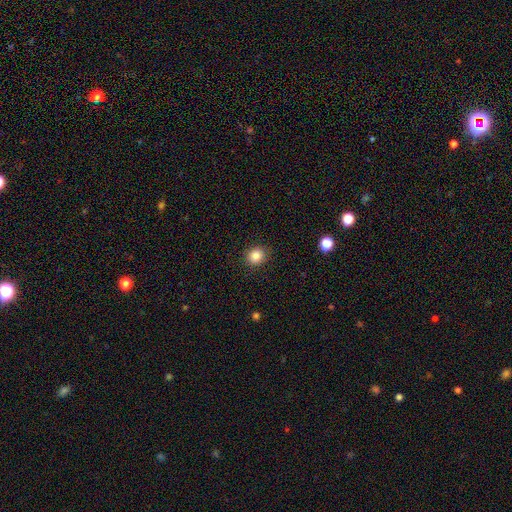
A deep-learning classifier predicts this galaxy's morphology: Smooth or featured?
  - smooth: 85% *
  - star or artifact: 10%
  - featured or disk: 5%
How rounded?
  - round: 80% *
  - in between: 19%
  - cigar-shaped: 1%
Merging?
  - none: 90% *
  - minor disturbance: 7%
  - major disturbance: 2%
  - merger: 1%